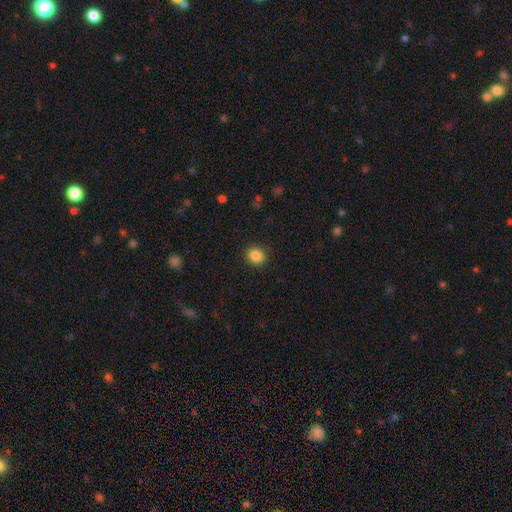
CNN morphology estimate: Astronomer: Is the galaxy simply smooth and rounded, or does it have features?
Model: smooth — 86%.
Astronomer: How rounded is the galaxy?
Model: round — 81%.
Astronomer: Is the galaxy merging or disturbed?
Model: none — 89%.